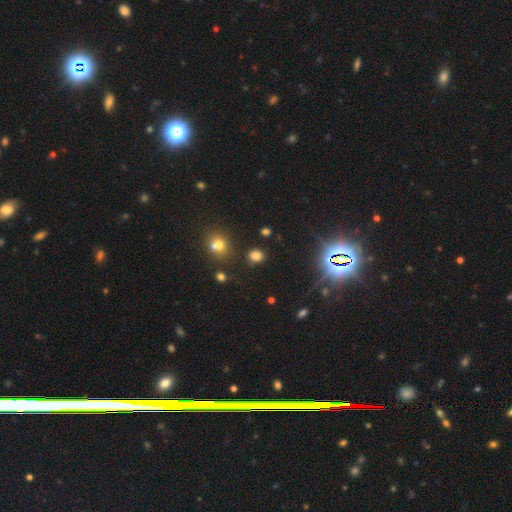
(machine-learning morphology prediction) Overall: smooth (72%). How rounded: round (72%). Merging: none (80%).